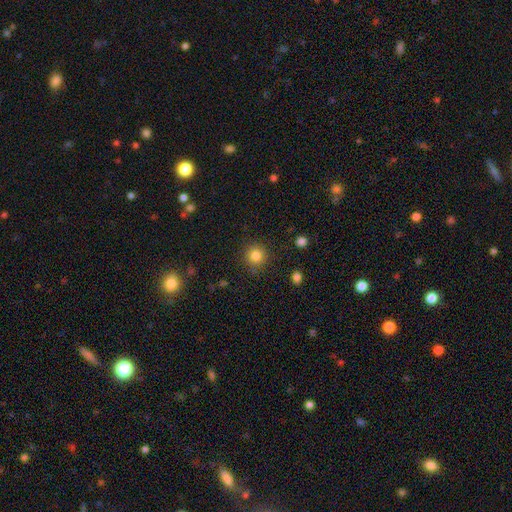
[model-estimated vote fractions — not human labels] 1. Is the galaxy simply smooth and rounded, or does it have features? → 82% smooth, 12% star or artifact, 6% featured or disk.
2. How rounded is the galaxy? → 93% round, 6% in between, 1% cigar-shaped.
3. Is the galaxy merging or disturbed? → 88% none, 8% minor disturbance, 3% major disturbance, 2% merger.